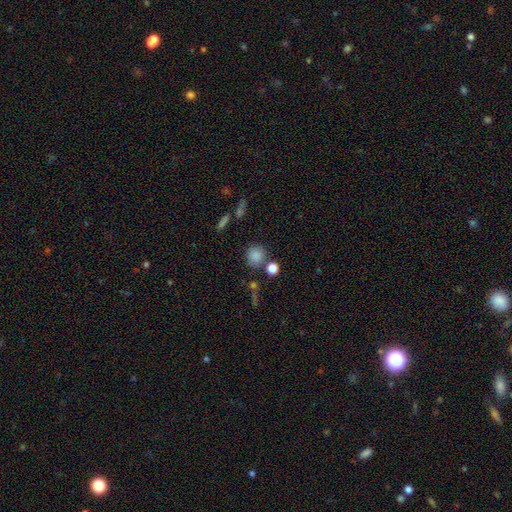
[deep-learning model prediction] Smooth or featured?
  - smooth: 83% *
  - star or artifact: 11%
  - featured or disk: 6%
How rounded?
  - round: 83% *
  - in between: 15%
  - cigar-shaped: 1%
Merging?
  - none: 73% *
  - minor disturbance: 11%
  - merger: 11%
  - major disturbance: 4%